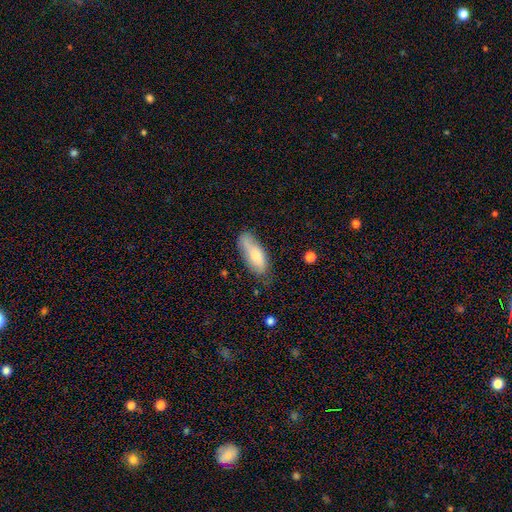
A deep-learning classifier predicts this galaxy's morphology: Smooth or featured: smooth — 74% (featured or disk — 20%)
How rounded: in between — 76% (cigar-shaped — 22%)
Merging: none — 59% (minor disturbance — 28%)